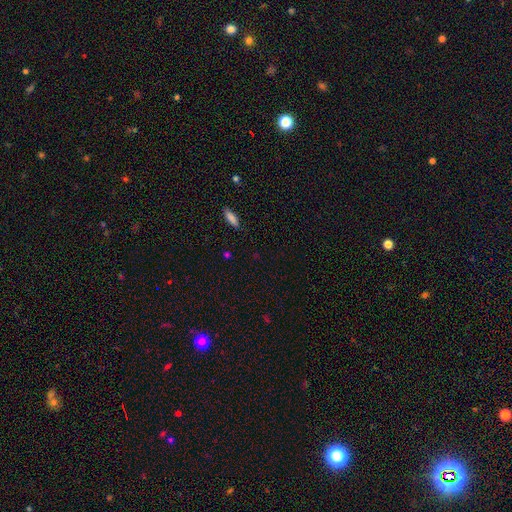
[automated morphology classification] The model was most divided on "how rounded": in between: 41%, cigar-shaped: 34%, round: 24%. More confident: merging — none (84%); smooth or featured — smooth (56%).